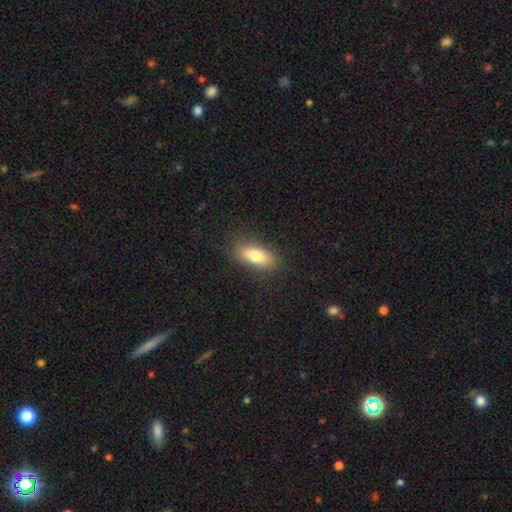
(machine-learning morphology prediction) This appears to be a smooth galaxy with no disk features (78%) that is in between round and cigar-shaped (81%). Merging: none (85%).